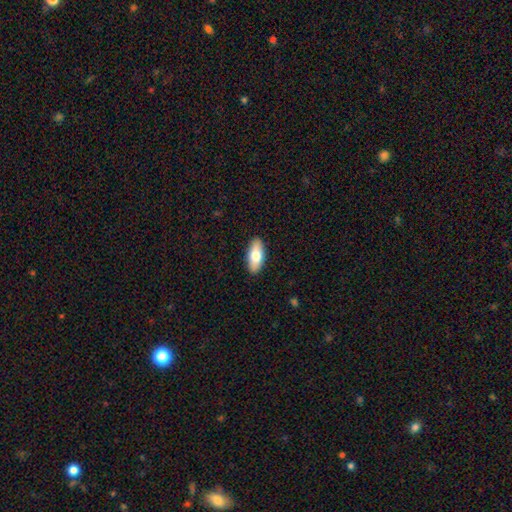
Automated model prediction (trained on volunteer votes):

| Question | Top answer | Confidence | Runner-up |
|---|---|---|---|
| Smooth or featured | smooth | 74% | featured or disk (21%) |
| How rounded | in between | 84% | cigar-shaped (13%) |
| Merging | none | 90% | minor disturbance (7%) |